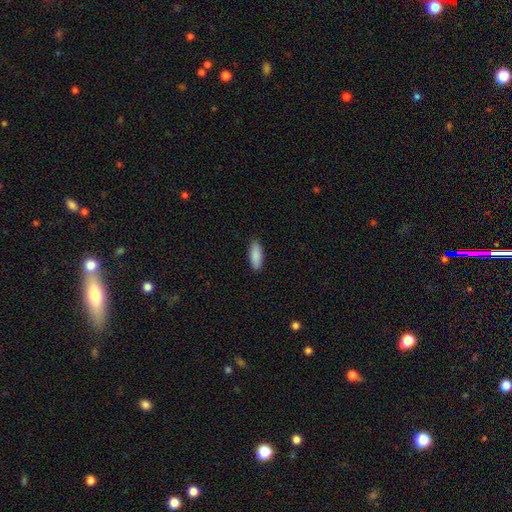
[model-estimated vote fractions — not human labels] A smooth galaxy with no disk features (90%) that is in between round and cigar-shaped (78%). Merging: none (89%).